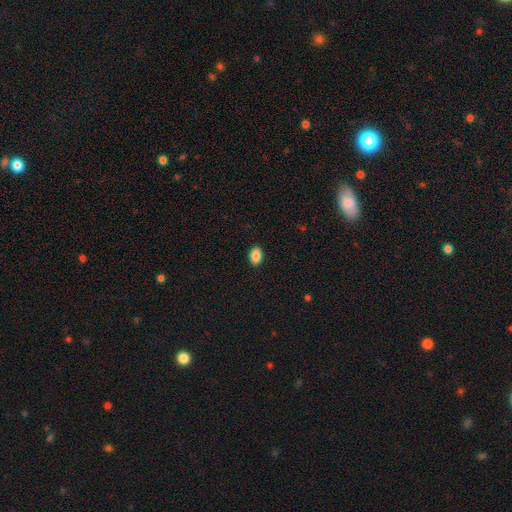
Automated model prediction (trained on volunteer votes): Smooth or featured? smooth (88%)
How rounded? in between (86%)
Merging? none (90%)